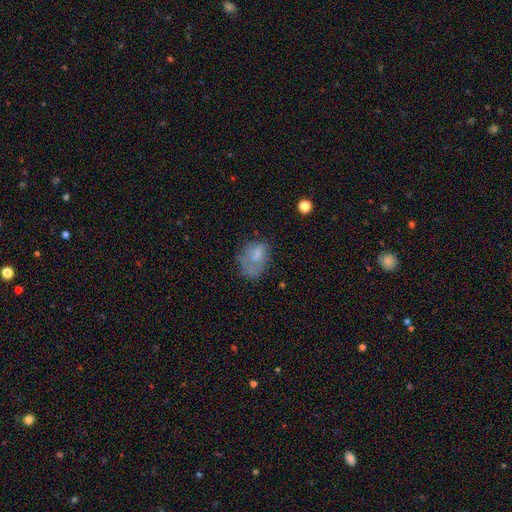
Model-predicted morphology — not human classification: Q: Smooth or featured?
A: smooth (59%); runner-up: featured or disk (29%)
Q: How rounded?
A: in between (75%); runner-up: round (23%)
Q: Merging?
A: none (38%); runner-up: major disturbance (28%)